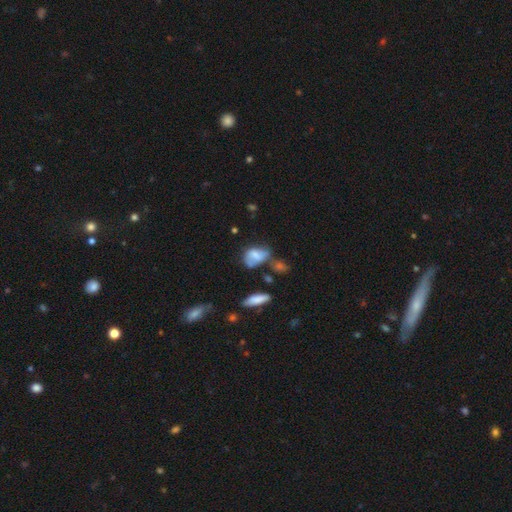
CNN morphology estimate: Overall: smooth (64%; featured or disk 26%). How rounded: in between (79%). Merging: none (29%, tied with minor disturbance).